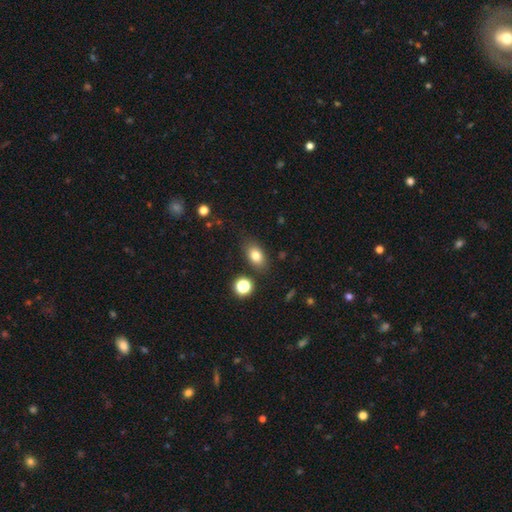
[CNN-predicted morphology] The model was most divided on "how rounded": in between: 82%, round: 16%, cigar-shaped: 3%. More confident: merging — none (81%); smooth or featured — smooth (79%).